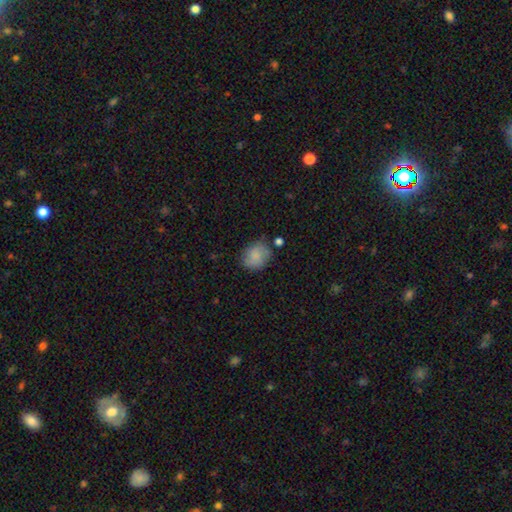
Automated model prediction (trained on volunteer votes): Smooth or featured?
  - smooth: 80% *
  - featured or disk: 12%
  - star or artifact: 8%
How rounded?
  - round: 60% *
  - in between: 39%
  - cigar-shaped: 1%
Merging?
  - none: 68% *
  - minor disturbance: 21%
  - major disturbance: 5%
  - merger: 5%